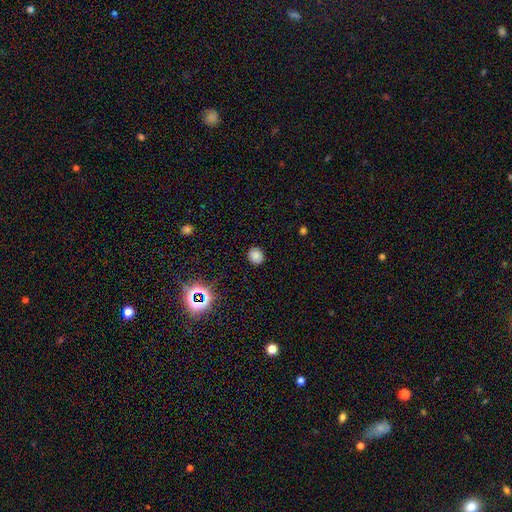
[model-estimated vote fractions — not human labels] smooth 79%, star or artifact 16%, featured or disk 5%. Down the decision tree: how rounded — round (68%); merging — none (89%).